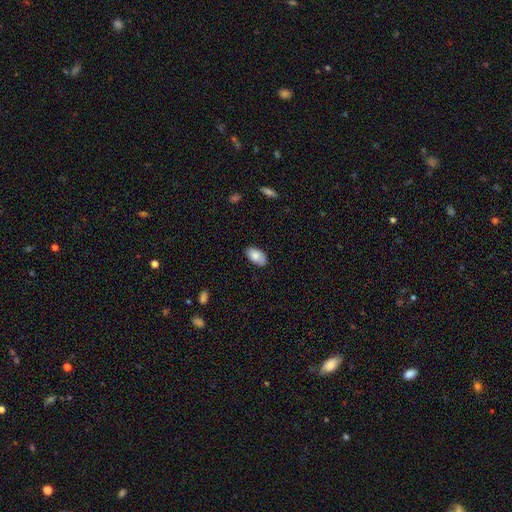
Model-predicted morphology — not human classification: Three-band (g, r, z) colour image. It shows a smooth galaxy with no disk features (82%) that is in between round and cigar-shaped (95%). Merging: none (81%).